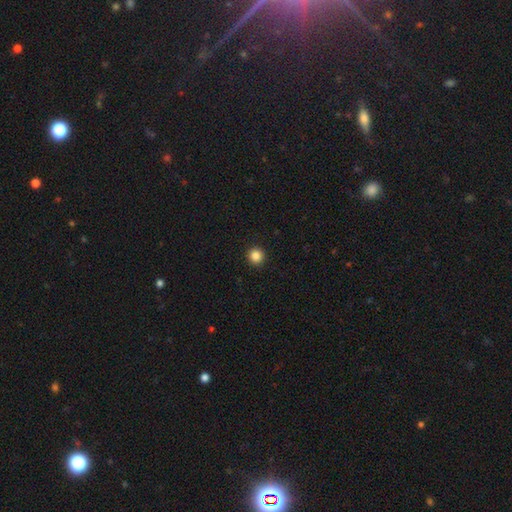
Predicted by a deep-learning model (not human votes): Q: Smooth or featured?
A: smooth (85%); runner-up: star or artifact (11%)
Q: How rounded?
A: round (95%); runner-up: in between (4%)
Q: Merging?
A: none (94%); runner-up: minor disturbance (4%)